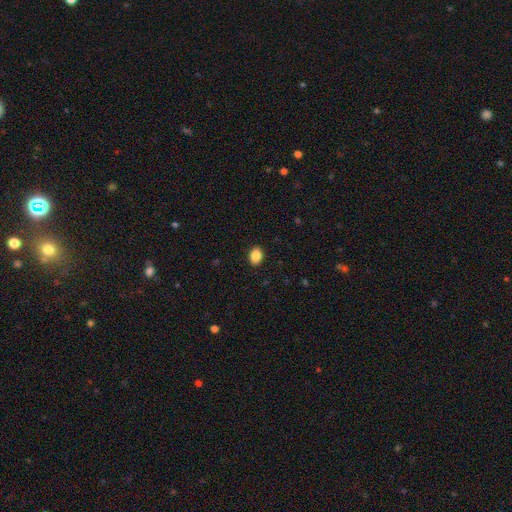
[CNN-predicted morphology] Overall: smooth (87%). How rounded: in between (66%; round 33%). Merging: none (91%).